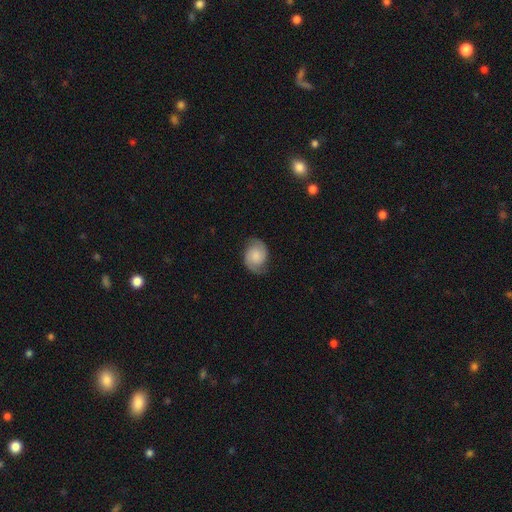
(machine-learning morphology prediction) The model was most divided on "bulge size": small: 32%, moderate: 29%, none: 24%, large: 11%, dominant: 4%. Remaining: edge-on disk — no (98%); spiral arms — yes (94%); spiral arm count — 2 (90%); merging — none (75%); bar — no (71%); smooth or featured — featured or disk (59%); spiral winding — medium (44%).